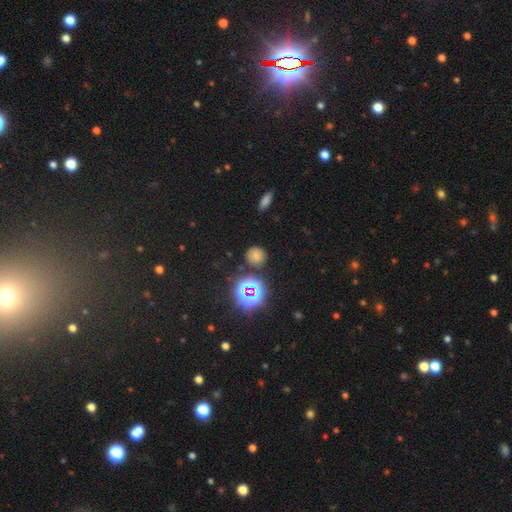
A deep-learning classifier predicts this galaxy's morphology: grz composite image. It shows a smooth galaxy with no disk features (66%) that is round (87%). Merging: none (80%).